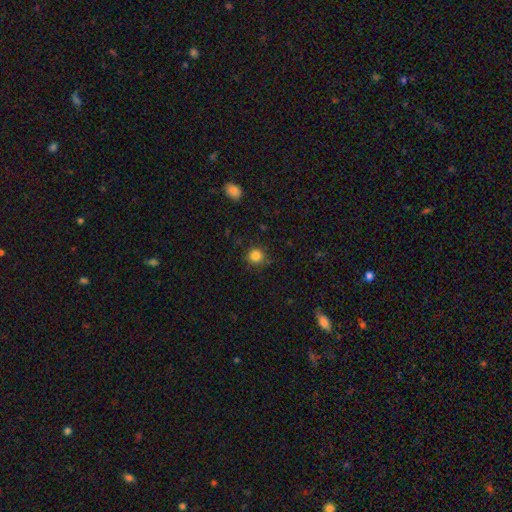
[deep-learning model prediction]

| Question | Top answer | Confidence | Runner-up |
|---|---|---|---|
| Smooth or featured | smooth | 83% | star or artifact (12%) |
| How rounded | round | 92% | in between (7%) |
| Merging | none | 85% | minor disturbance (10%) |